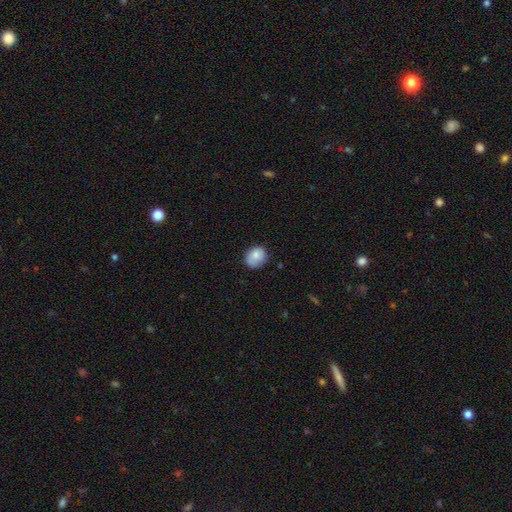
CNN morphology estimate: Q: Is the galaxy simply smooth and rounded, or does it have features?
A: smooth — 77%.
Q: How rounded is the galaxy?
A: round — 68%.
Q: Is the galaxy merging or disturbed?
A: none — 67%.